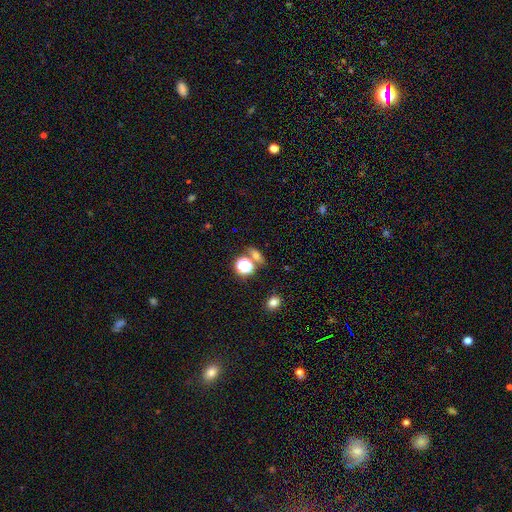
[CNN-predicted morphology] This is possibly a smooth galaxy (57%). How rounded: possibly in between (45%). Merging: likely none (71%).